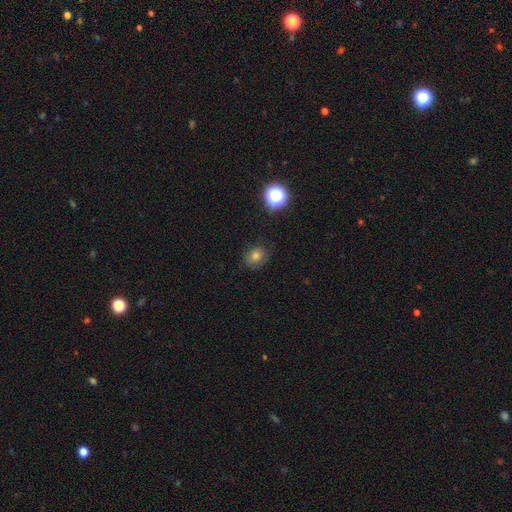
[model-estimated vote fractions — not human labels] Smooth or featured: smooth — 73% (star or artifact — 18%)
How rounded: round — 68% (in between — 31%)
Merging: none — 83% (minor disturbance — 13%)